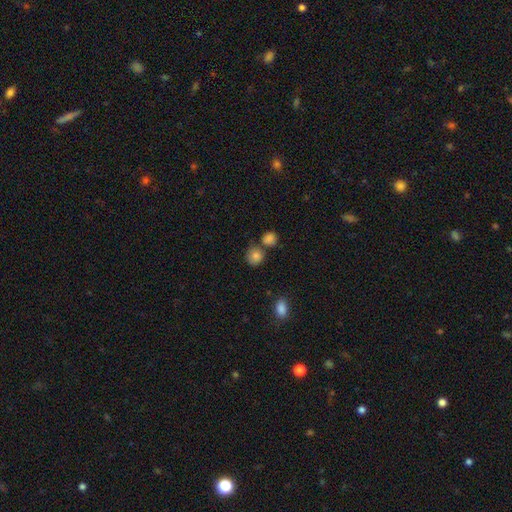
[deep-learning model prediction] Smooth or featured: smooth — 83% (star or artifact — 10%)
How rounded: round — 82% (in between — 17%)
Merging: none — 61% (merger — 24%)